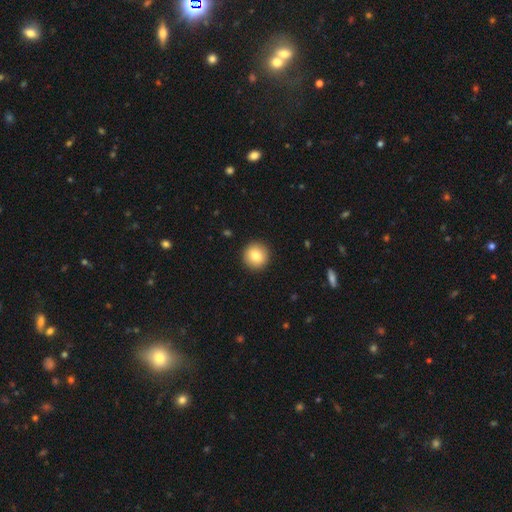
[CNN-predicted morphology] This appears to be a smooth galaxy with no disk features (84%) that is round (94%). Merging: none (92%).